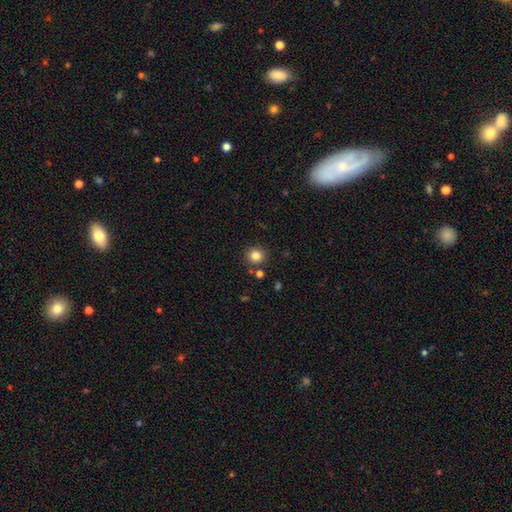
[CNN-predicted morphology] Overall: smooth (83%). How rounded: round (90%). Merging: none (85%).